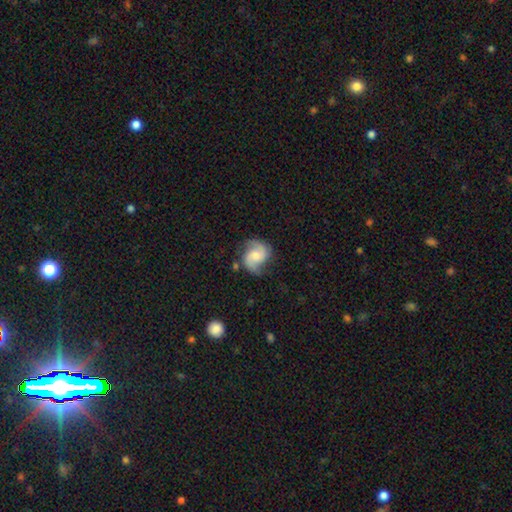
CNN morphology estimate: Smooth or featured? Predicted: featured or disk (p=0.79). Edge-on disk? Predicted: no (p=0.98). Bar? Predicted: no (p=0.53). Spiral arms? Predicted: yes (p=0.96). Spiral winding? Predicted: medium (p=0.50). Spiral arm count? Predicted: 2 (p=0.91). Bulge size? Predicted: moderate (p=0.54). Merging? Predicted: none (p=0.73).